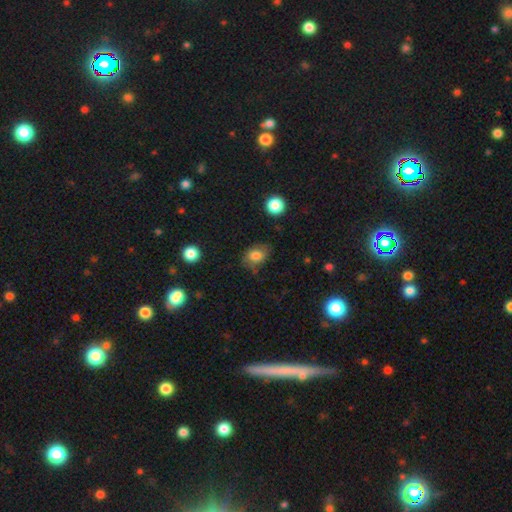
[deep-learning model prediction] Q: Smooth or featured?
A: smooth (77%); runner-up: featured or disk (14%)
Q: How rounded?
A: in between (68%); runner-up: round (31%)
Q: Merging?
A: none (68%); runner-up: minor disturbance (23%)